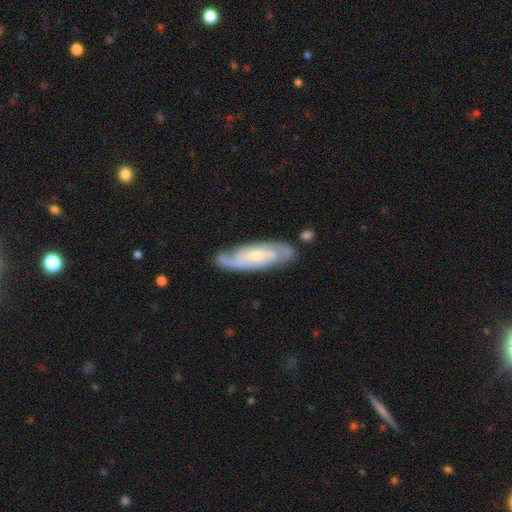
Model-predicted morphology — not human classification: A featured or disk galaxy (81%) with no bar (46%), 2 (70%) tight (51%) spiral arms (95%) and a small central bulge (48%).

Vote fractions:
- Smooth or featured? featured or disk: 81% / smooth: 14% / star or artifact: 5%
- Edge-on disk? no: 87% / yes: 13%
- Bar? no: 46% / weak: 41% / strong: 12%
- Spiral arms? yes: 95% / no: 5%
- Spiral winding? tight: 51% / medium: 39% / loose: 10%
- Spiral arm count? 2: 70% / can't tell: 17% / 3: 7% / 1: 2% / 4: 2% / more than 4: 2%
- Bulge size? small: 48% / moderate: 43% / none: 4% / large: 4% / dominant: 1%
- Merging? none: 77% / minor disturbance: 16% / major disturbance: 4% / merger: 2%